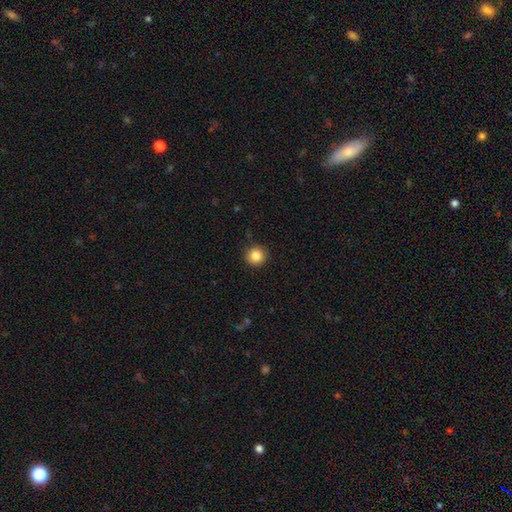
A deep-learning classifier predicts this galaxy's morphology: smooth-or-featured: smooth: 86% | star or artifact: 10% | featured or disk: 4%
  how-rounded: round: 95% | in between: 4% | cigar-shaped: 1%
  merging: none: 91% | minor disturbance: 6% | major disturbance: 2% | merger: 1%